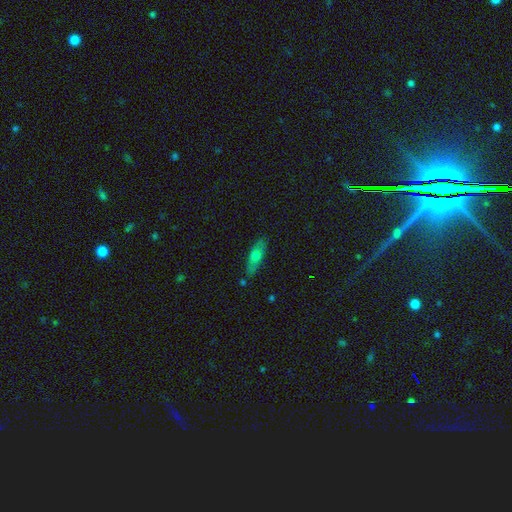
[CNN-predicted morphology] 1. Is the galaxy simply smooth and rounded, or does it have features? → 62% smooth, 31% featured or disk, 7% star or artifact.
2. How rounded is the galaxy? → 54% cigar-shaped, 43% in between, 3% round.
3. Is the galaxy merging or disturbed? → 79% none, 14% minor disturbance, 3% merger, 3% major disturbance.